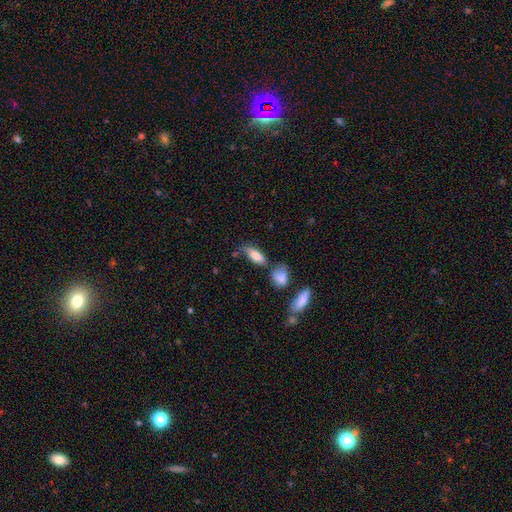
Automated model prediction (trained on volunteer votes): Smooth or featured?
  - smooth: 78% *
  - featured or disk: 14%
  - star or artifact: 7%
How rounded?
  - in between: 72% *
  - cigar-shaped: 25%
  - round: 3%
Merging?
  - none: 52% *
  - minor disturbance: 27%
  - merger: 12%
  - major disturbance: 9%